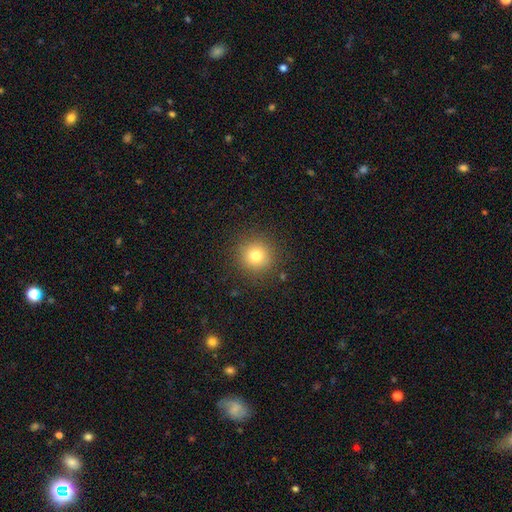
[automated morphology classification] Q: Smooth or featured?
A: smooth (78%); runner-up: star or artifact (14%)
Q: How rounded?
A: round (94%); runner-up: in between (5%)
Q: Merging?
A: none (89%); runner-up: minor disturbance (7%)